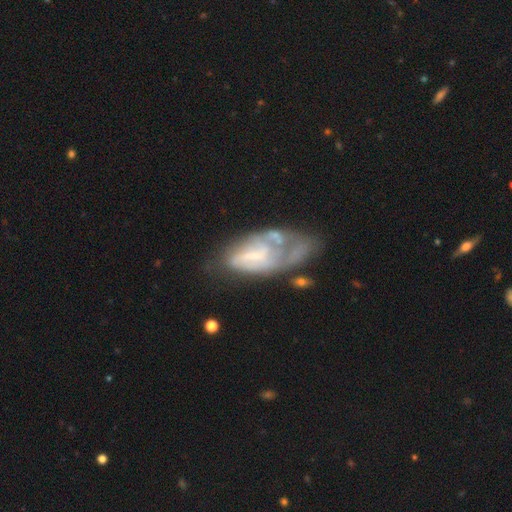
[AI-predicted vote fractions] Smooth or featured?
  - featured or disk: 65% *
  - smooth: 27%
  - star or artifact: 8%
Edge-on disk?
  - no: 94% *
  - yes: 6%
Bar?
  - no: 51% *
  - weak: 34%
  - strong: 15%
Spiral arms?
  - no: 51% *
  - yes: 49%
Bulge size?
  - none: 44% *
  - small: 31%
  - moderate: 19%
  - large: 5%
  - dominant: 1%
Merging?
  - major disturbance: 37% *
  - none: 24%
  - minor disturbance: 23%
  - merger: 15%